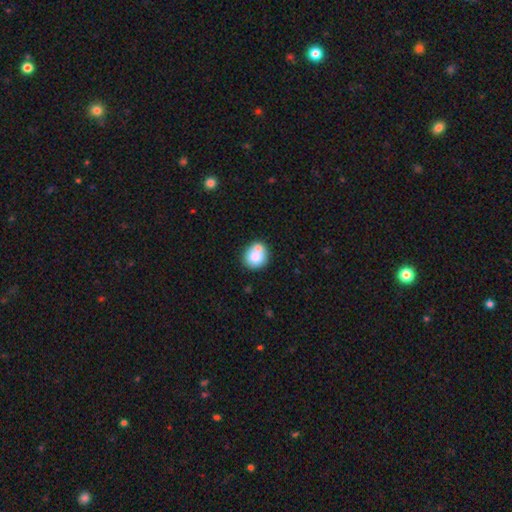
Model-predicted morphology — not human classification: type=smooth (76%); roundness=round (77%); merging=none (52%).